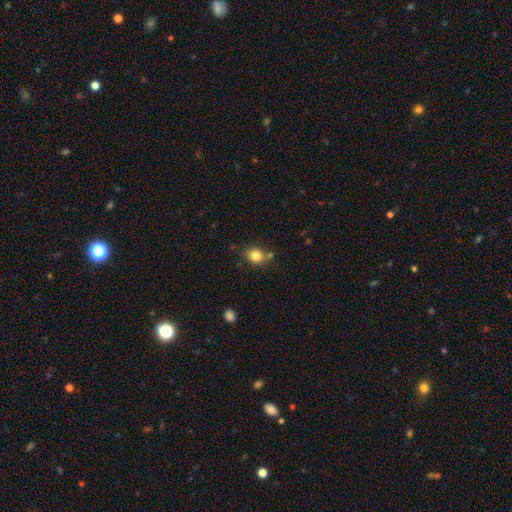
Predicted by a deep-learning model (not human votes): Overall: smooth (82%). How rounded: round (61%; in between 38%). Merging: none (72%).